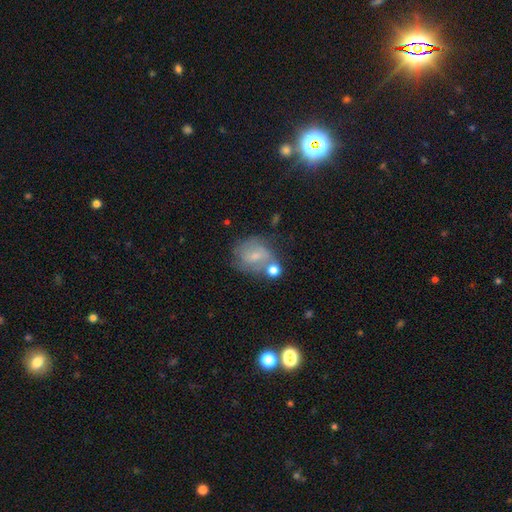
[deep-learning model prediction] smooth-or-featured: featured or disk: 48% | smooth: 41% | star or artifact: 11%
  merging: none: 45% | merger: 22% | minor disturbance: 21% | major disturbance: 11%